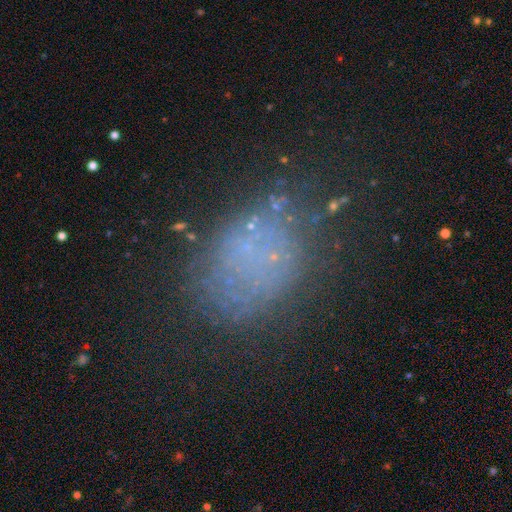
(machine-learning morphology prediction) Smooth or featured? smooth (48%)
Merging? none (61%)